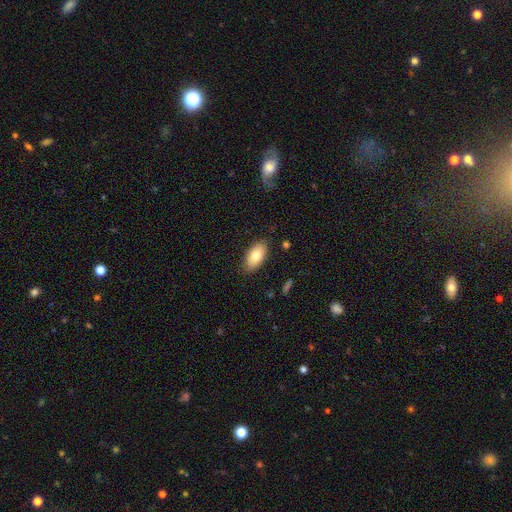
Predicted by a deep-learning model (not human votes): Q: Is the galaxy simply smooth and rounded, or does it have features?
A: smooth — 80%.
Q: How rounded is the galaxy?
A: in between — 92%.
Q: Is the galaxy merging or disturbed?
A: none — 84%.